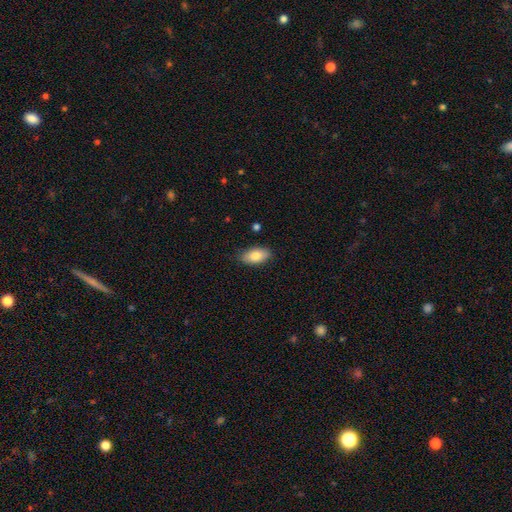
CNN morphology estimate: A smooth galaxy with no disk features (82%) that is in between round and cigar-shaped (93%).

Vote fractions:
- Smooth or featured? smooth: 82% / featured or disk: 12% / star or artifact: 7%
- How rounded? in between: 93% / cigar-shaped: 4% / round: 3%
- Merging? none: 85% / minor disturbance: 12% / major disturbance: 2% / merger: 1%